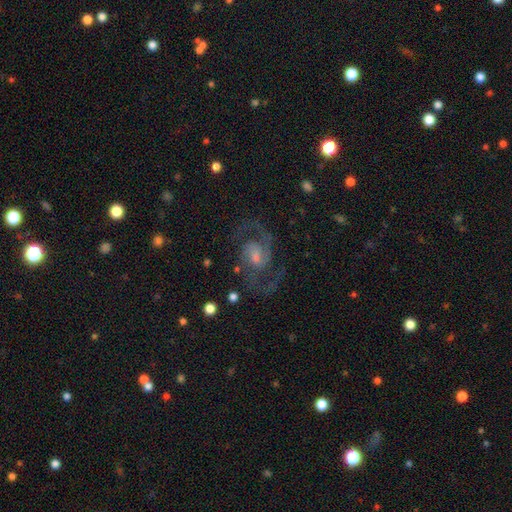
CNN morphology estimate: This appears to be a featured or disk galaxy (88%) with no bar (46%), 2 (88%) medium (61%) spiral arms (97%) and a small central bulge (50%). Merging: none (75%).